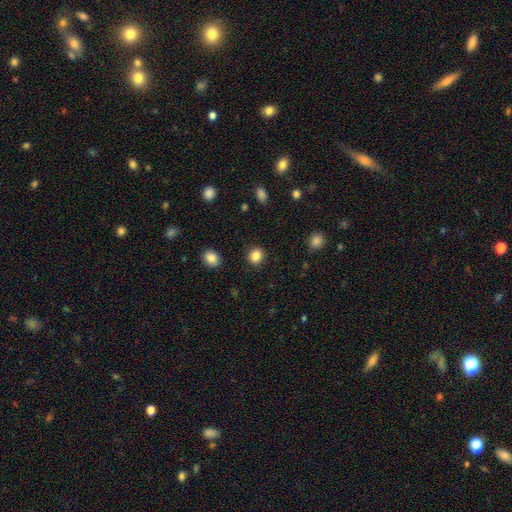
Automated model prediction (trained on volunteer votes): The model was most divided on "how rounded": round: 72%, in between: 28%, cigar-shaped: 1%. More confident: merging — none (89%); smooth or featured — smooth (86%).